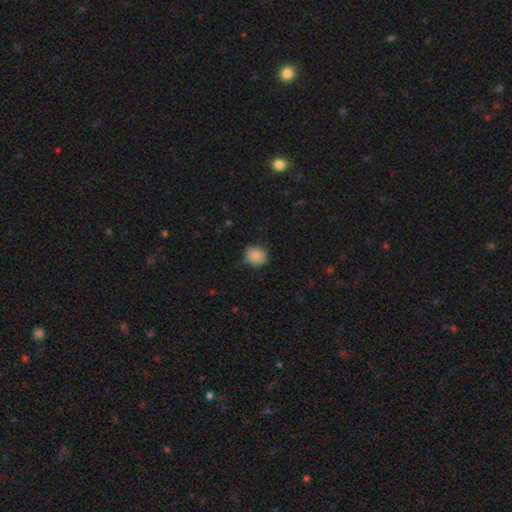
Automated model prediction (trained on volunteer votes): This is clearly a smooth galaxy (87%). How rounded: likely round (70%). Merging: likely none (76%).